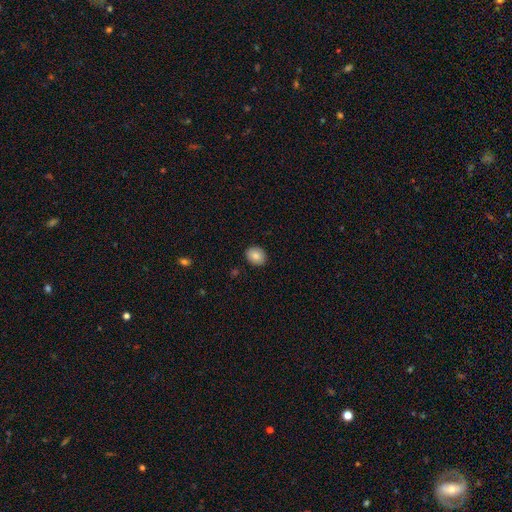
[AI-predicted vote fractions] Overall: smooth (85%). How rounded: round (57%; in between 42%). Merging: none (90%).